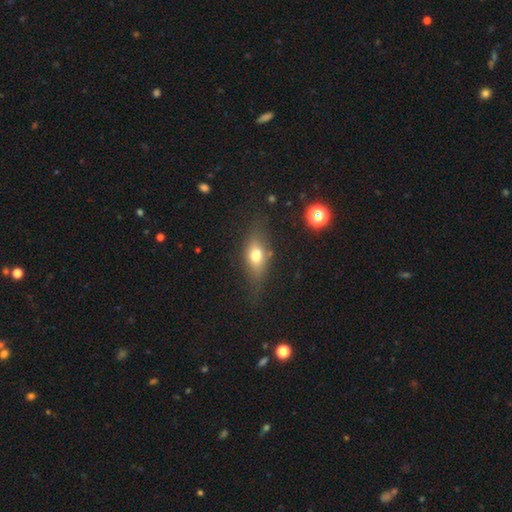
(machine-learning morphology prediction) This is likely a smooth galaxy (64%). How rounded: likely in between (71%). Merging: likely none (69%).